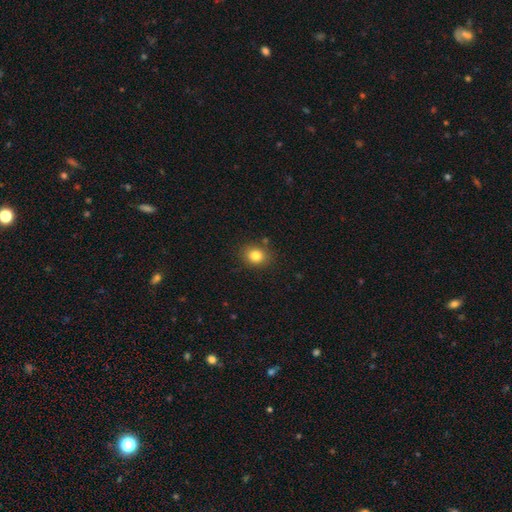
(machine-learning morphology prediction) smooth 82%, star or artifact 11%, featured or disk 6%. Down the decision tree: how rounded — round (65%); merging — none (84%).